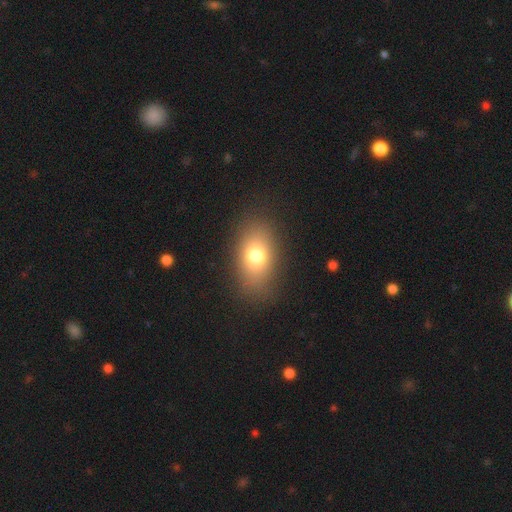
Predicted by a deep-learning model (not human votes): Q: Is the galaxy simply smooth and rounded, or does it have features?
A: smooth — 76%.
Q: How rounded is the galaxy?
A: in between — 82%.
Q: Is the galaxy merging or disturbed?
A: none — 84%.